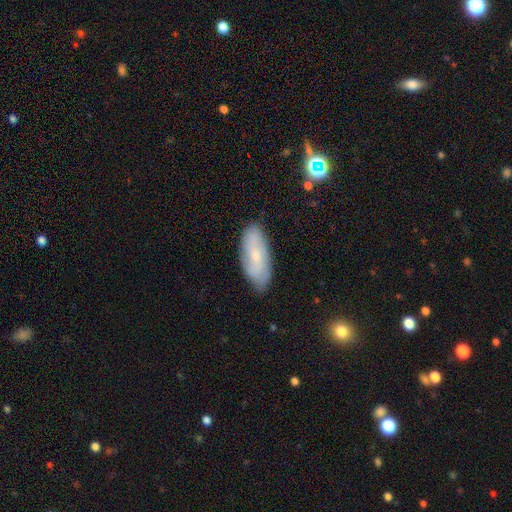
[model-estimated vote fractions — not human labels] Smooth or featured: smooth — 53% (featured or disk — 40%)
How rounded: in between — 78% (cigar-shaped — 20%)
Merging: none — 79% (minor disturbance — 16%)